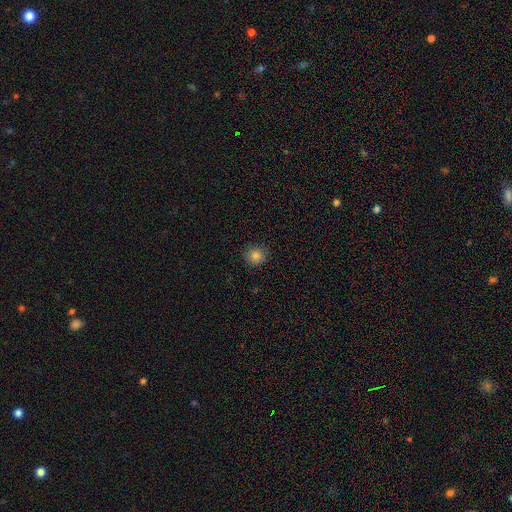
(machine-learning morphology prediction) This appears to be a smooth galaxy with no disk features (82%) that is round (89%). Merging: none (88%).